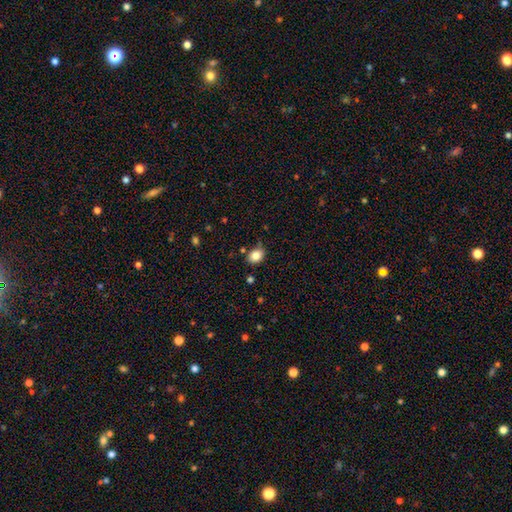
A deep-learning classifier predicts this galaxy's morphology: smooth_or_featured: smooth (p=0.84) [alt: star or artifact p=0.10]
how_rounded: in between (p=0.58) [alt: round p=0.41]
merging: none (p=0.79) [alt: minor disturbance p=0.15]